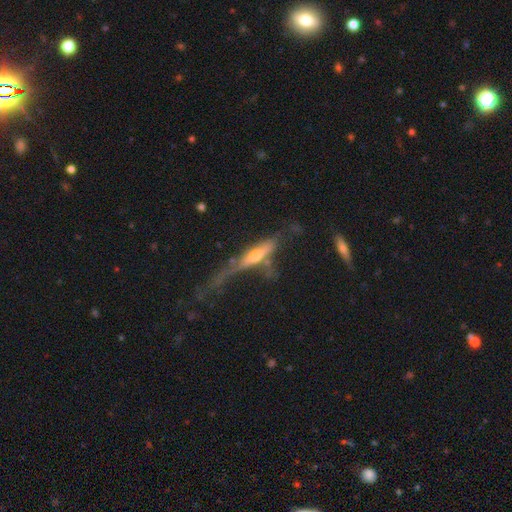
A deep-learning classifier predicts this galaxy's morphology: Overall: featured or disk (62%; smooth 30%). Edge-on disk: yes (84%). Edge-on bulge: rounded (80%). Merging: none (33%; major disturbance 31%).